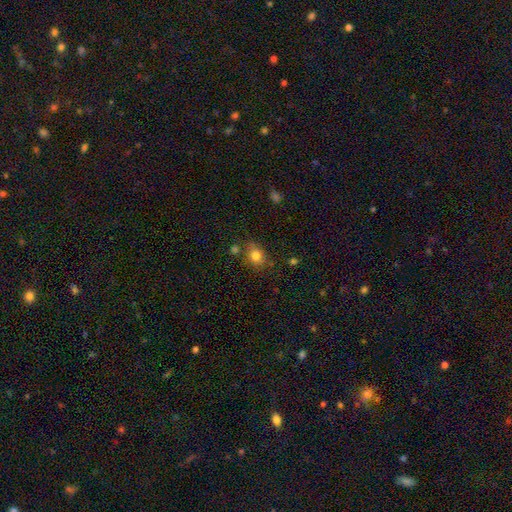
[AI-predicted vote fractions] The model was most divided on "how rounded": round: 50%, in between: 48%, cigar-shaped: 1%. More confident: smooth or featured — smooth (81%); merging — none (70%).